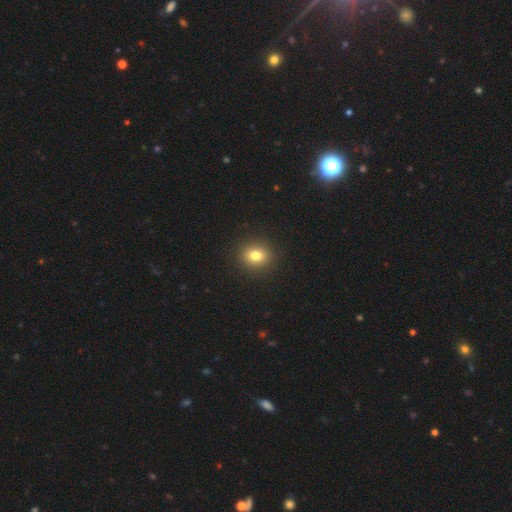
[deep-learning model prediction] This is likely a smooth galaxy (80%). How rounded: likely round (72%). Merging: clearly none (91%).